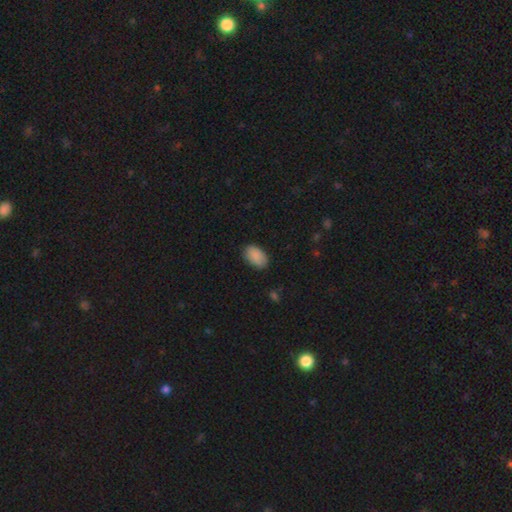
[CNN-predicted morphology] This is clearly a smooth galaxy (89%). How rounded: clearly in between (91%). Merging: clearly none (83%).